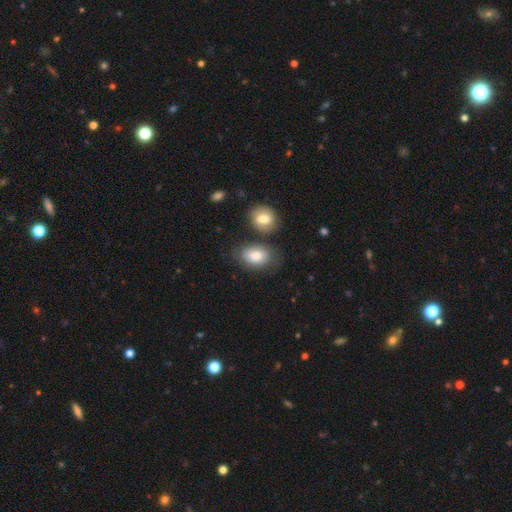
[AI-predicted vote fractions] A smooth galaxy with no disk features (82%) that is in between round and cigar-shaped (87%). Merging: none (61%).